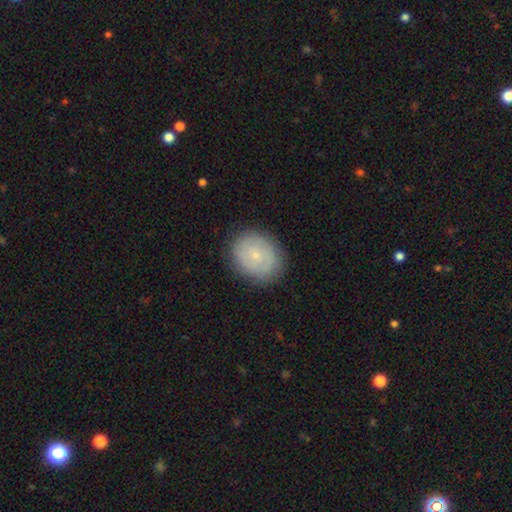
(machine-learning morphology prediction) smooth 58%, featured or disk 34%, star or artifact 8%. Down the decision tree: how rounded — round (52%); merging — none (85%).